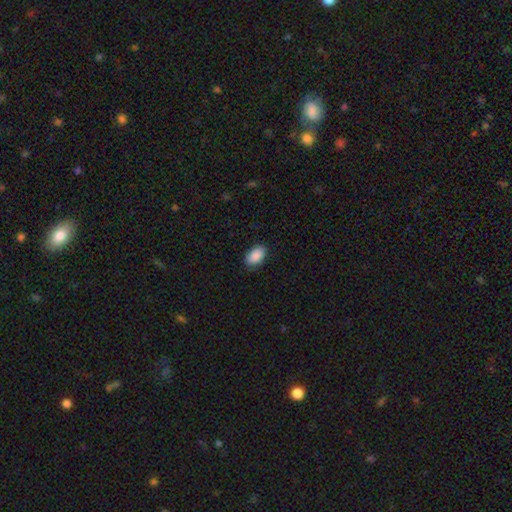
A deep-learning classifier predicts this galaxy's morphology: Smooth or featured: smooth — 90% (star or artifact — 7%)
How rounded: in between — 94% (round — 4%)
Merging: none — 87% (minor disturbance — 10%)